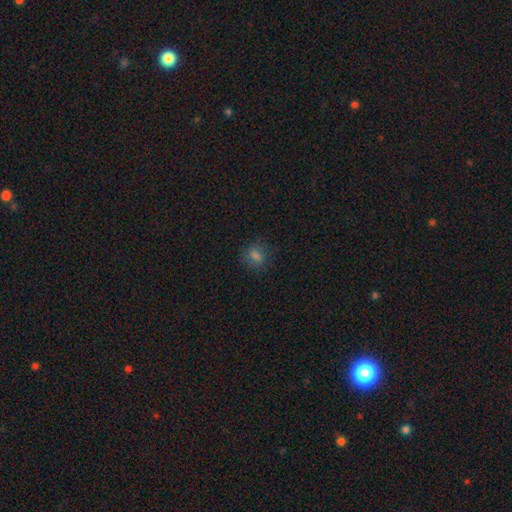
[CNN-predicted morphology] Smooth or featured? Predicted: smooth (p=0.73). How rounded? Predicted: round (p=0.56). Merging? Predicted: none (p=0.81).